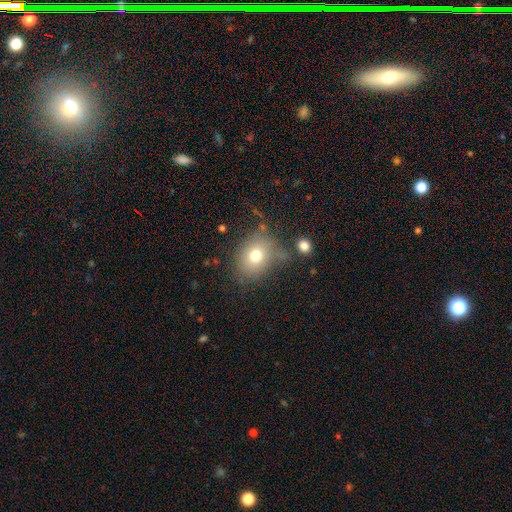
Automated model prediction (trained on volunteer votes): smooth-or-featured: smooth: 73% | featured or disk: 14% | star or artifact: 13%
  how-rounded: round: 57% | in between: 42% | cigar-shaped: 1%
  merging: none: 66% | minor disturbance: 19% | major disturbance: 8% | merger: 6%